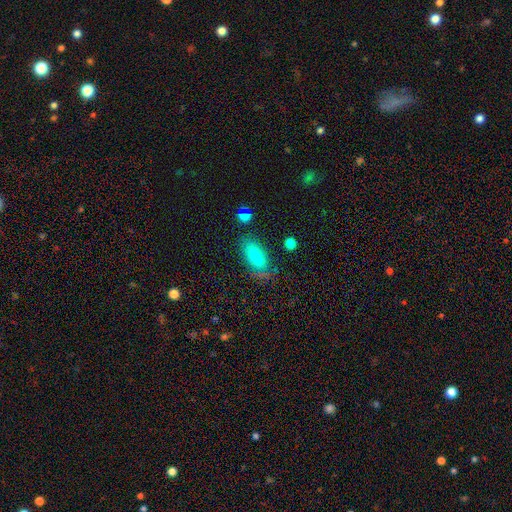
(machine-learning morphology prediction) Overall: smooth (75%). How rounded: in between (82%). Merging: none (67%).